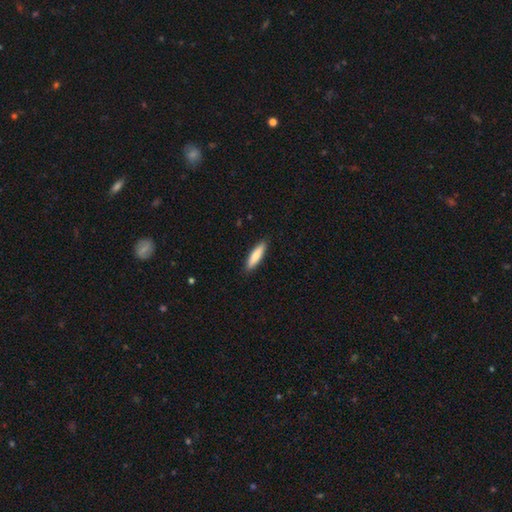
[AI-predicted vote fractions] This is clearly a smooth galaxy (83%). How rounded: likely cigar-shaped (74%). Merging: clearly none (90%).